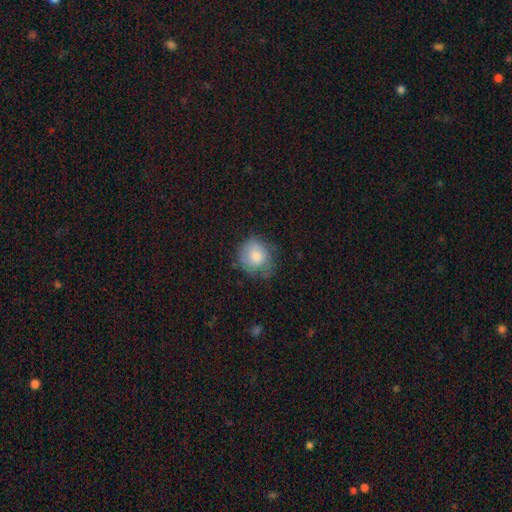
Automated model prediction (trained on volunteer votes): Q: Smooth or featured?
A: smooth (71%); runner-up: featured or disk (21%)
Q: How rounded?
A: round (78%); runner-up: in between (21%)
Q: Merging?
A: none (56%); runner-up: minor disturbance (31%)